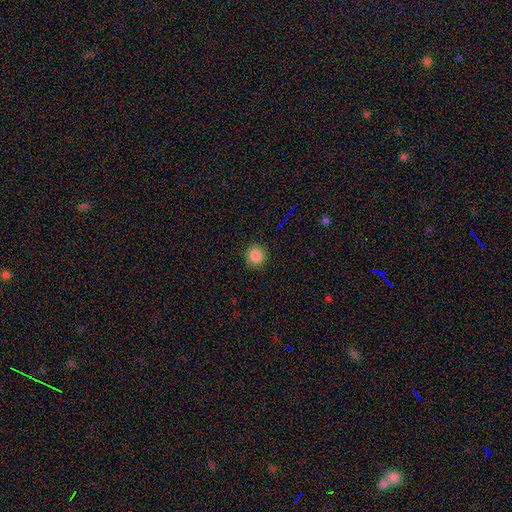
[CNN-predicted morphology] type=smooth (85%); roundness=round (93%); merging=none (91%).